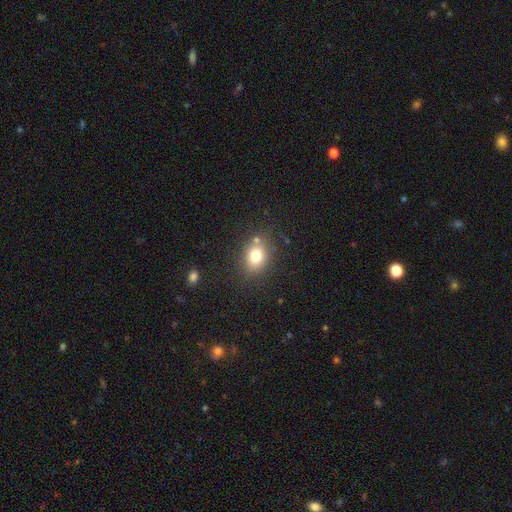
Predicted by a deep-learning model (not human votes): This appears to be a smooth galaxy with no disk features (77%) that is round (50%). Merging: none (75%).